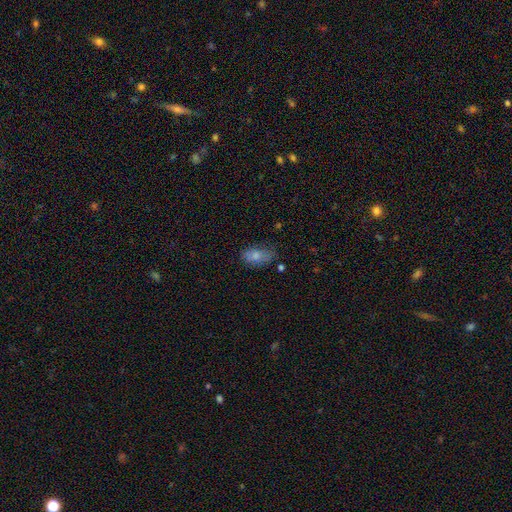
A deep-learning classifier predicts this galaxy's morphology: A smooth galaxy with no disk features (77%) that is in between round and cigar-shaped (89%).

Vote fractions:
- Smooth or featured? smooth: 77% / featured or disk: 15% / star or artifact: 9%
- How rounded? in between: 89% / round: 7% / cigar-shaped: 4%
- Merging? none: 65% / minor disturbance: 24% / major disturbance: 7% / merger: 3%